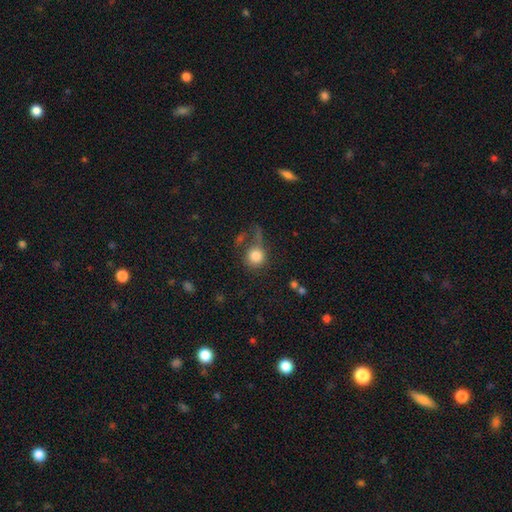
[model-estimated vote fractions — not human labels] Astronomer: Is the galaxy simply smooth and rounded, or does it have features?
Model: smooth — 82%.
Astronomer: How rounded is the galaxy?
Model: round — 89%.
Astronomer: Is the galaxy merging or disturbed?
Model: none — 46% (runner-up: major disturbance, 24%).